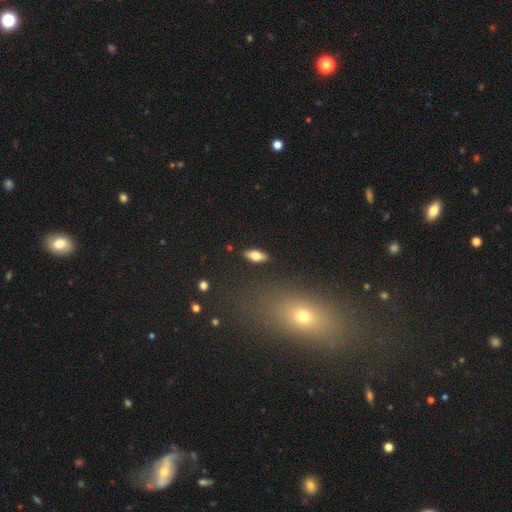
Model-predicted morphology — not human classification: Overall: smooth (72%). How rounded: in between (82%). Merging: none (89%).